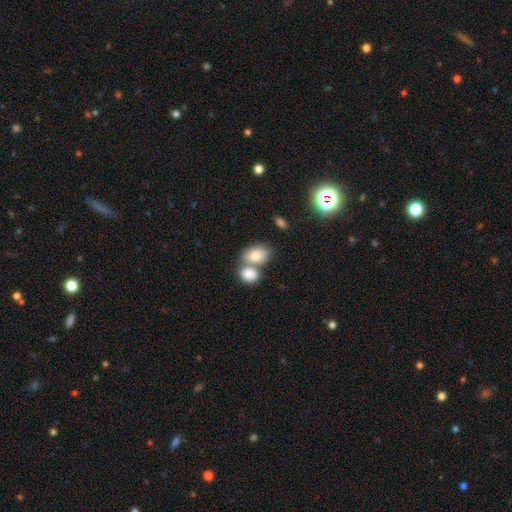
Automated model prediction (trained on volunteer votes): Smooth or featured?
  - smooth: 81% *
  - featured or disk: 11%
  - star or artifact: 8%
How rounded?
  - in between: 78% *
  - round: 20%
  - cigar-shaped: 1%
Merging?
  - merger: 49% *
  - none: 38%
  - minor disturbance: 9%
  - major disturbance: 4%